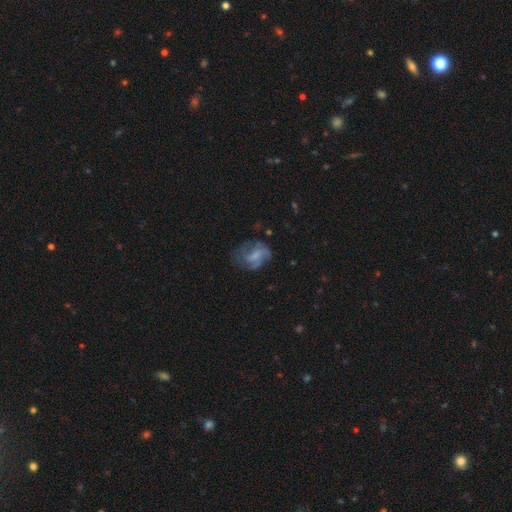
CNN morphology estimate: featured or disk 58%, smooth 33%, star or artifact 9%. Down the decision tree: edge-on disk — no (98%); bar — no (44%); spiral arms — yes (73%); bulge size — none (41%); merging — none (50%).